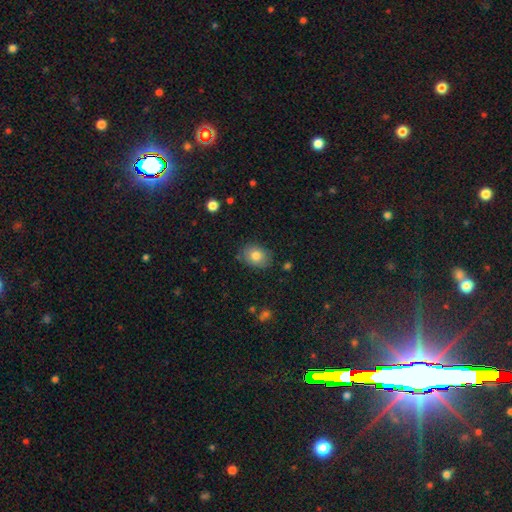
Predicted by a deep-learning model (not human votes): smooth_or_featured: smooth (p=0.81) [alt: featured or disk p=0.10]
how_rounded: in between (p=0.62) [alt: round p=0.37]
merging: none (p=0.82) [alt: minor disturbance p=0.13]